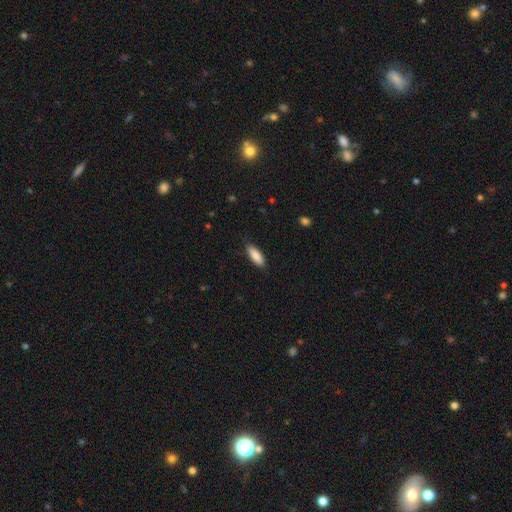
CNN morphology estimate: A smooth galaxy with no disk features (87%) that is in between round and cigar-shaped (66%).

Vote fractions:
- Smooth or featured? smooth: 87% / featured or disk: 7% / star or artifact: 6%
- How rounded? in between: 66% / cigar-shaped: 33% / round: 2%
- Merging? none: 84% / minor disturbance: 12% / major disturbance: 2% / merger: 1%